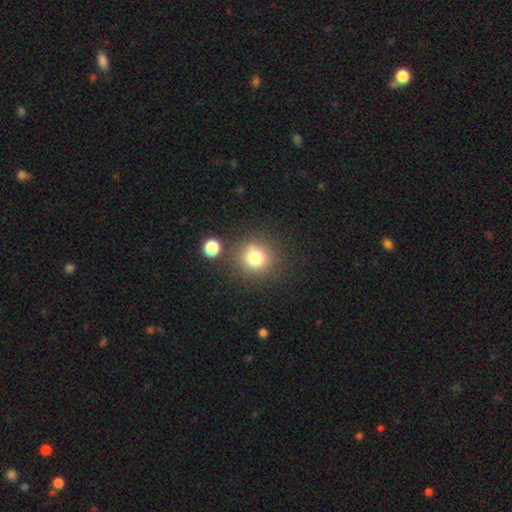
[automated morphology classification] Smooth or featured? Predicted: smooth (p=0.72). How rounded? Predicted: round (p=0.92). Merging? Predicted: none (p=0.86).